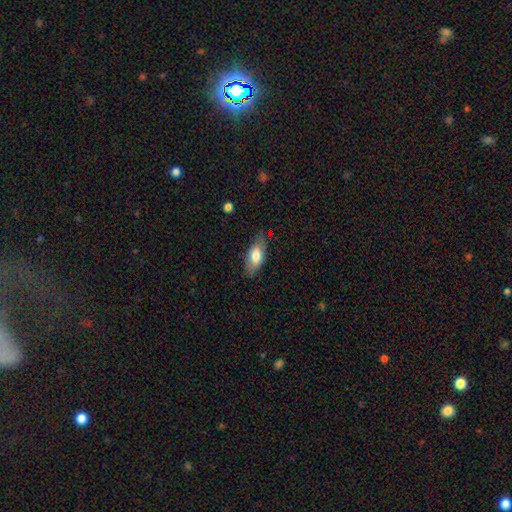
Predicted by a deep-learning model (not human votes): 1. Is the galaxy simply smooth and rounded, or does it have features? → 71% smooth, 22% featured or disk, 7% star or artifact.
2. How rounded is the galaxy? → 85% in between, 11% cigar-shaped, 4% round.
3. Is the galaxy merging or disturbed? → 72% none, 22% minor disturbance, 5% major disturbance, 2% merger.